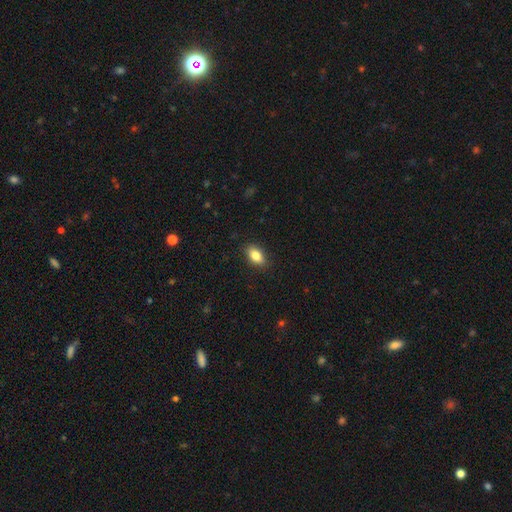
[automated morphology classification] Overall: smooth (85%). How rounded: in between (89%). Merging: none (88%).